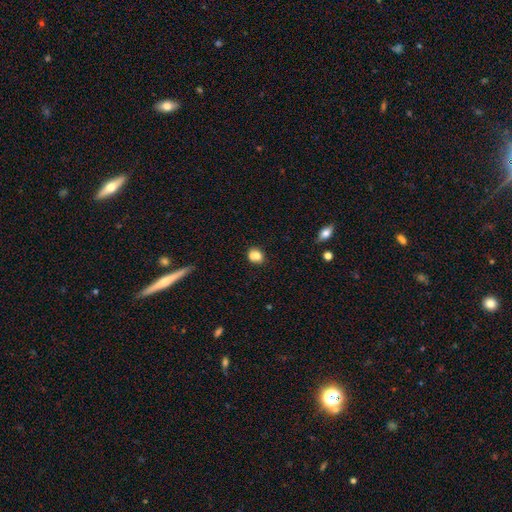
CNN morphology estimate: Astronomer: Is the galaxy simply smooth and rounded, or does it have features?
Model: smooth — 75%.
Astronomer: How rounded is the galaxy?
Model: round — 61% (runner-up: in between, 38%).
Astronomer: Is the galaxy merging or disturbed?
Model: none — 49% (runner-up: merger, 29%).